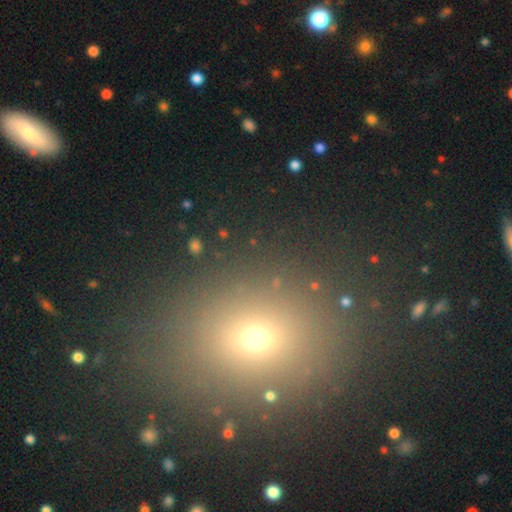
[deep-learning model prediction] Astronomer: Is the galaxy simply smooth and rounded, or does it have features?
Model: smooth — 59%.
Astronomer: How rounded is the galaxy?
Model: round — 52% (runner-up: in between, 46%).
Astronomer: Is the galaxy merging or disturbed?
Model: none — 85%.